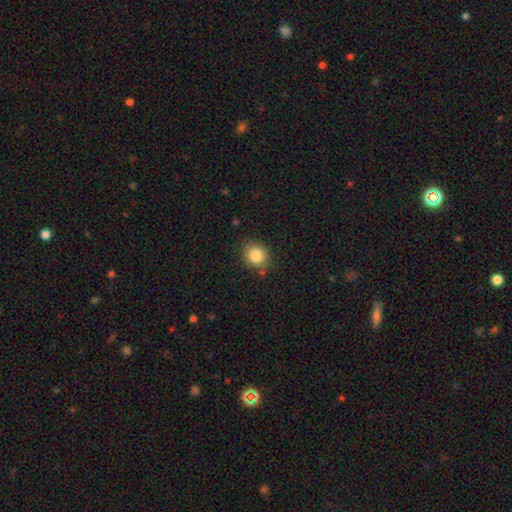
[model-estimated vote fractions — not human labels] Smooth or featured? Predicted: smooth (p=0.84). How rounded? Predicted: round (p=0.76). Merging? Predicted: none (p=0.83).